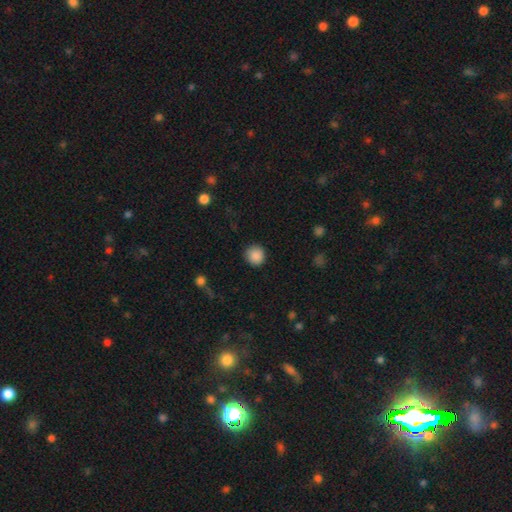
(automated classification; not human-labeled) Morphology: type=smooth (88%); roundness=round (92%); merging=none (88%).